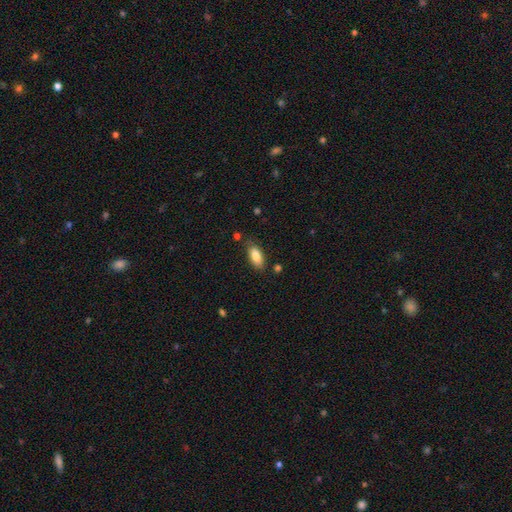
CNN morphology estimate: Q: Smooth or featured?
A: smooth (85%); runner-up: featured or disk (8%)
Q: How rounded?
A: in between (87%); runner-up: cigar-shaped (11%)
Q: Merging?
A: none (79%); runner-up: minor disturbance (15%)